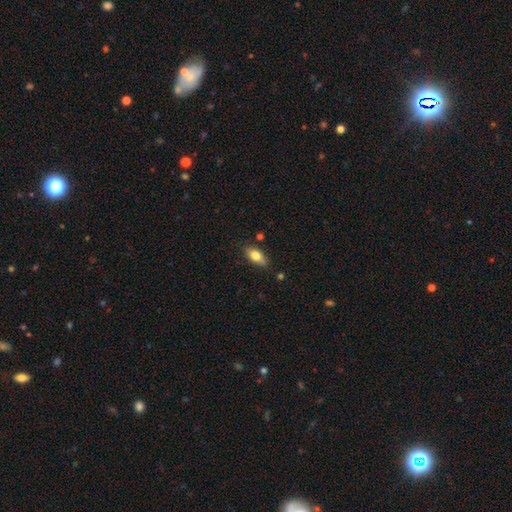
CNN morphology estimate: smooth 78%, featured or disk 15%, star or artifact 7%. Down the decision tree: how rounded — in between (87%); merging — none (78%).